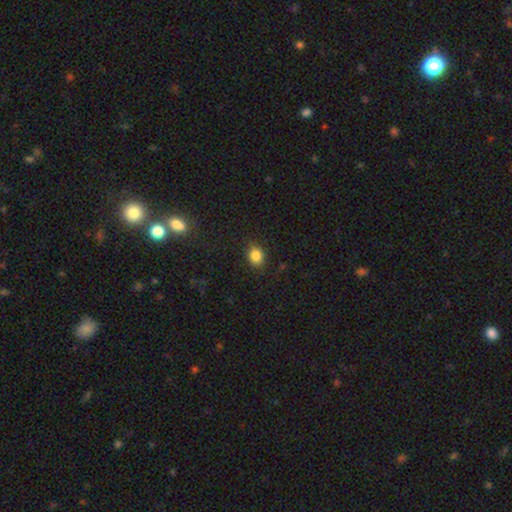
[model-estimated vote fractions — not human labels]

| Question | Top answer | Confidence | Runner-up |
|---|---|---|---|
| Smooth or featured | smooth | 84% | star or artifact (11%) |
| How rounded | round | 57% | in between (42%) |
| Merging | none | 85% | minor disturbance (11%) |